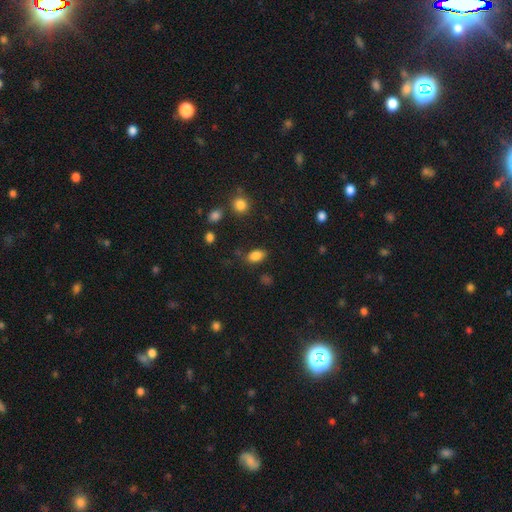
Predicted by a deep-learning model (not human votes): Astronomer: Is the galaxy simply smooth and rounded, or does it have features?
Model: smooth — 84%.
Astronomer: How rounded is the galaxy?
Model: in between — 87%.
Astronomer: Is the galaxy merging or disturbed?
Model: none — 76%.